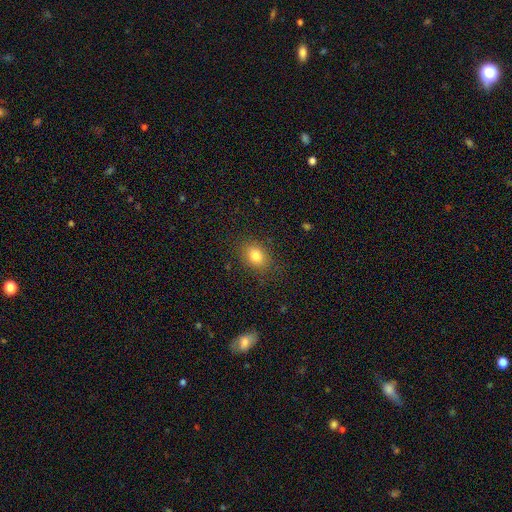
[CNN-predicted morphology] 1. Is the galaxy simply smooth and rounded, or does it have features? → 81% smooth, 11% star or artifact, 7% featured or disk.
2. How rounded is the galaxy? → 61% in between, 38% round, 1% cigar-shaped.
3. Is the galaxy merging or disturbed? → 85% none, 10% minor disturbance, 4% major disturbance, 1% merger.